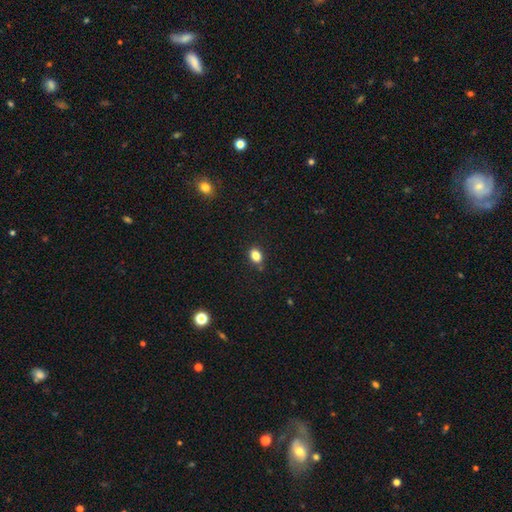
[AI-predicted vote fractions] Smooth or featured: smooth — 83% (star or artifact — 11%)
How rounded: in between — 75% (round — 24%)
Merging: none — 83% (minor disturbance — 11%)